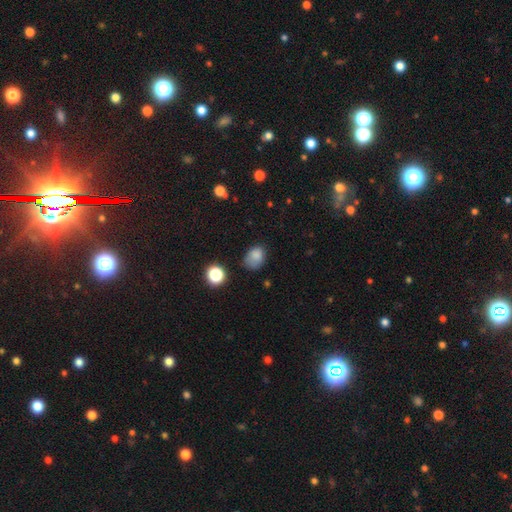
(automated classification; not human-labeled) smooth-or-featured: smooth: 81% | star or artifact: 12% | featured or disk: 7%
  how-rounded: in between: 64% | round: 35% | cigar-shaped: 1%
  merging: none: 54% | minor disturbance: 31% | major disturbance: 11% | merger: 4%